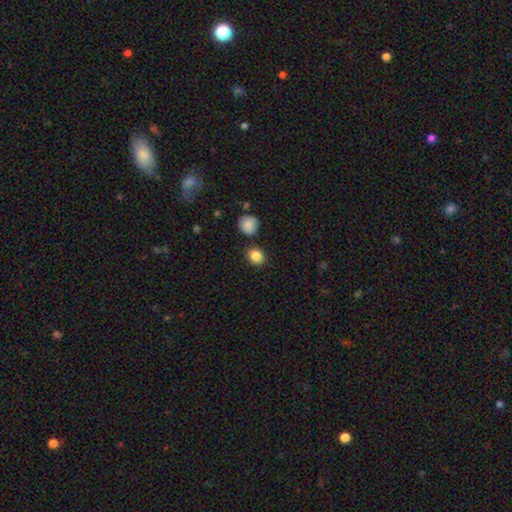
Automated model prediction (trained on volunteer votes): Morphology: type=smooth (85%); roundness=round (66%); merging=none (84%).